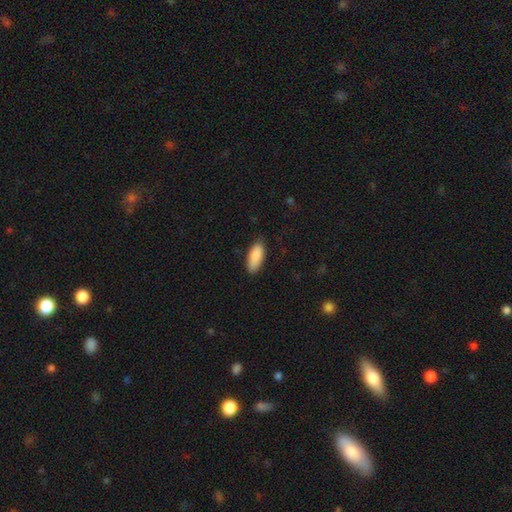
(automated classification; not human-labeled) smooth_or_featured: smooth (p=0.89) [alt: star or artifact p=0.06]
how_rounded: in between (p=0.83) [alt: cigar-shaped p=0.16]
merging: none (p=0.82) [alt: minor disturbance p=0.14]